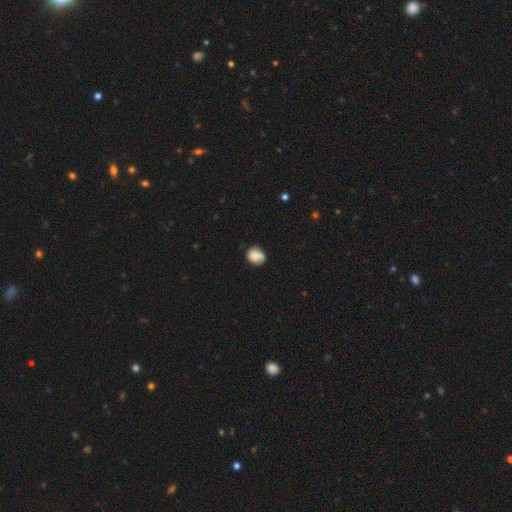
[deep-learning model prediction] smooth-or-featured: smooth: 78% | featured or disk: 13% | star or artifact: 9%
  how-rounded: round: 69% | in between: 30% | cigar-shaped: 1%
  merging: none: 66% | minor disturbance: 24% | major disturbance: 6% | merger: 3%